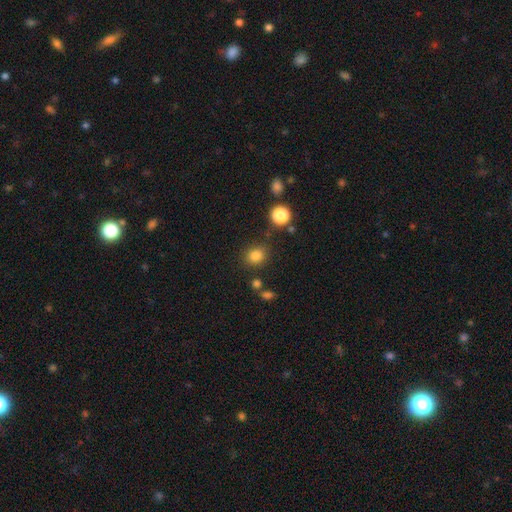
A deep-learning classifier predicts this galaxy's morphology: type=smooth (82%); roundness=round (71%); merging=none (81%).